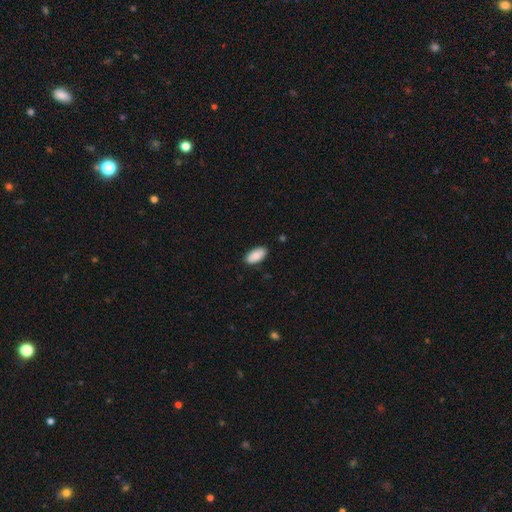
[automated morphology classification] Smooth or featured: smooth — 86% (featured or disk — 8%)
How rounded: in between — 94% (cigar-shaped — 4%)
Merging: none — 86% (minor disturbance — 11%)